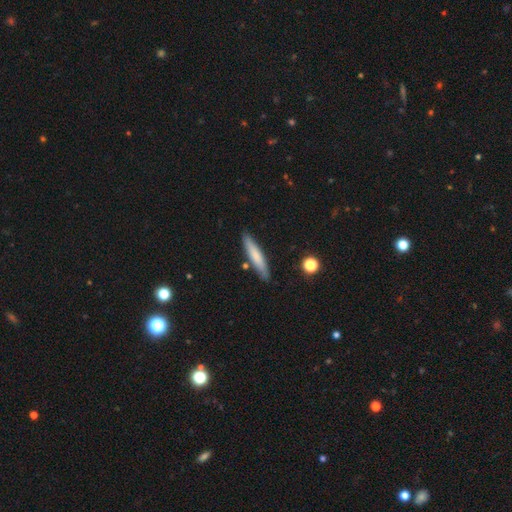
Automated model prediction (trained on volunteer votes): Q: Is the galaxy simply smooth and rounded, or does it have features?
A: smooth — 72%.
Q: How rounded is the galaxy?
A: cigar-shaped — 89%.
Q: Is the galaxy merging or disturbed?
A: none — 85%.